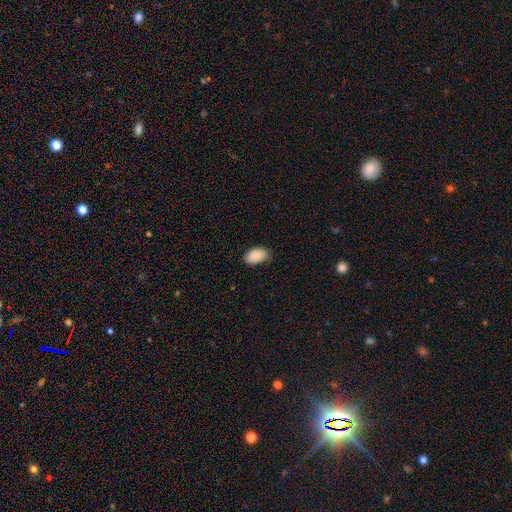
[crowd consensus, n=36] This appears to be a smooth galaxy with no disk features (89%) that is in between round and cigar-shaped (94%). Merging: none (79%).